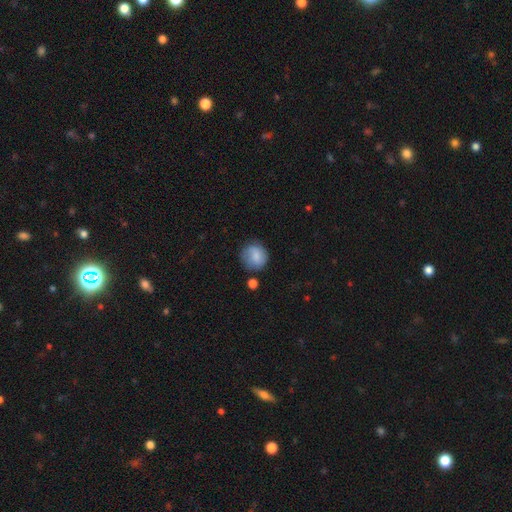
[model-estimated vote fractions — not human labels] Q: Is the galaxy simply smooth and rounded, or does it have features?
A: smooth — 78%.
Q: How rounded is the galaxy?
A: round — 85%.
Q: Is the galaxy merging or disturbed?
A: none — 68%.